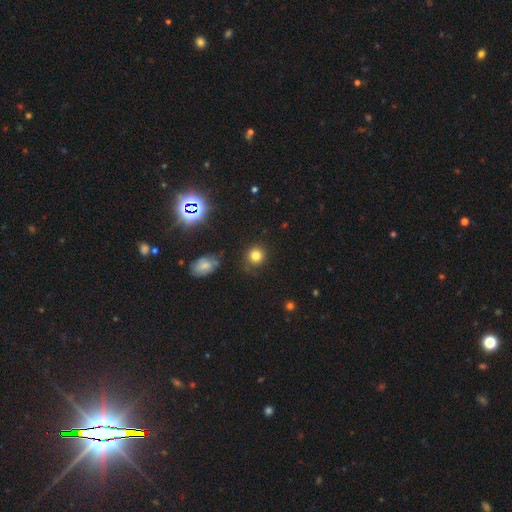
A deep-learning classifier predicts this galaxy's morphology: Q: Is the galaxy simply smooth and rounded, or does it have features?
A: smooth — 78%.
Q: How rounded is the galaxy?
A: round — 87%.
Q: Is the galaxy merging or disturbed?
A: none — 82%.